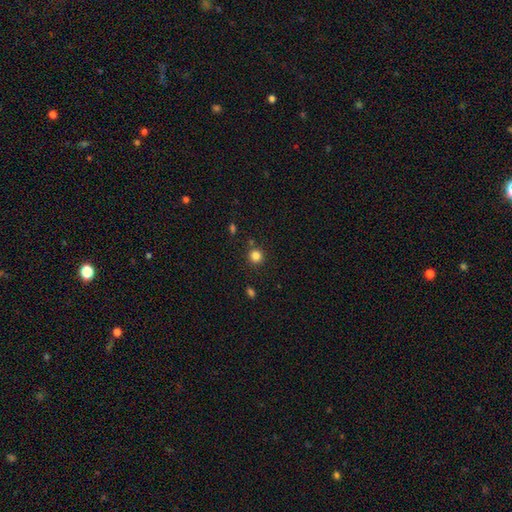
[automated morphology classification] smooth 83%, star or artifact 13%, featured or disk 4%. Down the decision tree: how rounded — round (92%); merging — none (85%).